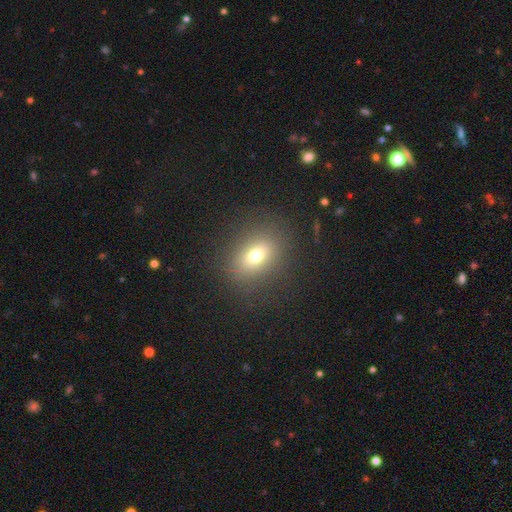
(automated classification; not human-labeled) Morphology: type=smooth (70%); roundness=in between (60%); merging=none (85%).